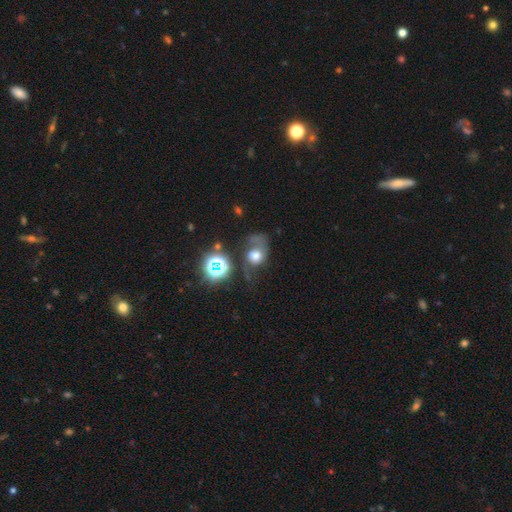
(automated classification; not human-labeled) A smooth galaxy with no disk features (42%). Merging: major disturbance (42%).